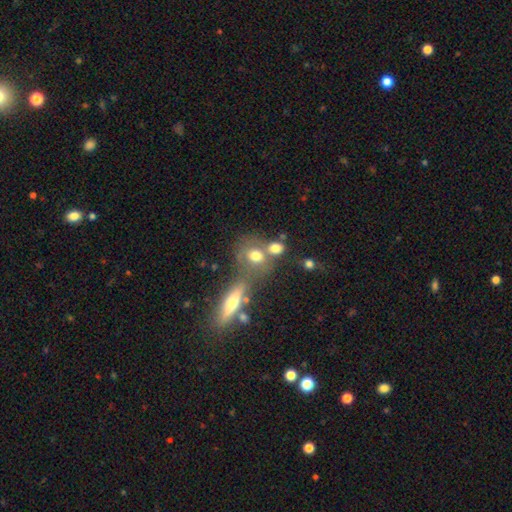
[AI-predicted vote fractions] A smooth galaxy with no disk features (67%) that is round (60%).

Vote fractions:
- Smooth or featured? smooth: 67% / featured or disk: 21% / star or artifact: 13%
- How rounded? round: 60% / in between: 35% / cigar-shaped: 5%
- Merging? none: 44% / merger: 38% / minor disturbance: 11% / major disturbance: 6%